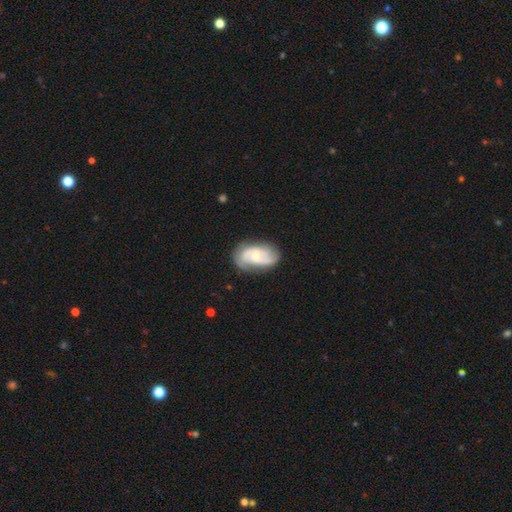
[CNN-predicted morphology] type=featured or disk (73%); edge-on=no (97%); bar=no (56%); spiral arms=yes (91%); winding=medium (44%); arm count=2 (65%); bulge=small (55%); merging=none (65%).